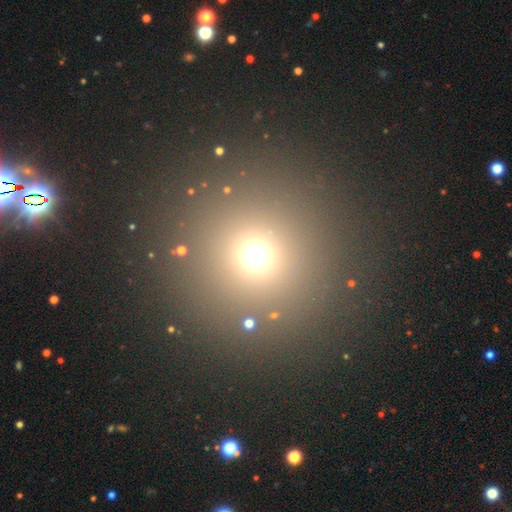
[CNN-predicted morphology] smooth 63%, star or artifact 30%, featured or disk 7%. Down the decision tree: how rounded — round (92%); merging — none (84%).